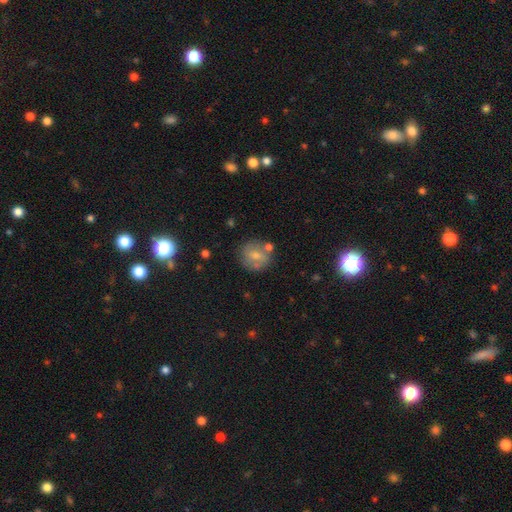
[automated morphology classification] The model was most divided on "smooth or featured": smooth: 58%, featured or disk: 32%, star or artifact: 9%. More confident: how rounded — round (84%); merging — none (71%).